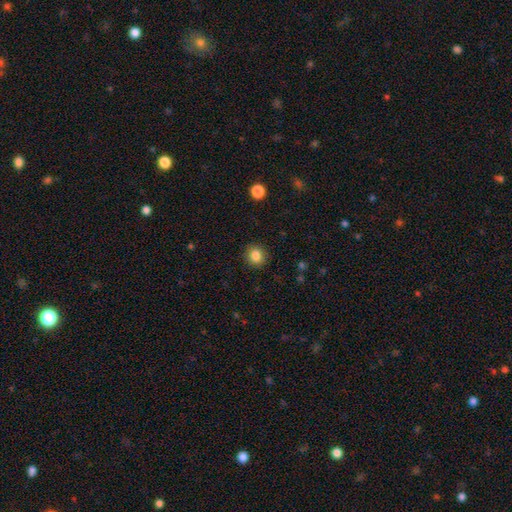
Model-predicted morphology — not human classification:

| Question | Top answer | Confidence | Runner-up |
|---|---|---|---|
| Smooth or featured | smooth | 85% | star or artifact (10%) |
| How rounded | round | 84% | in between (15%) |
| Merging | none | 90% | minor disturbance (7%) |